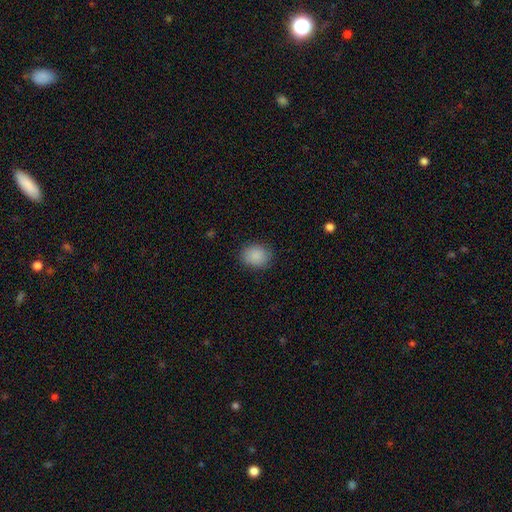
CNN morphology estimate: smooth-or-featured: smooth: 88% | star or artifact: 8% | featured or disk: 4%
  how-rounded: round: 53% | in between: 46% | cigar-shaped: 1%
  merging: none: 85% | minor disturbance: 11% | major disturbance: 3% | merger: 1%